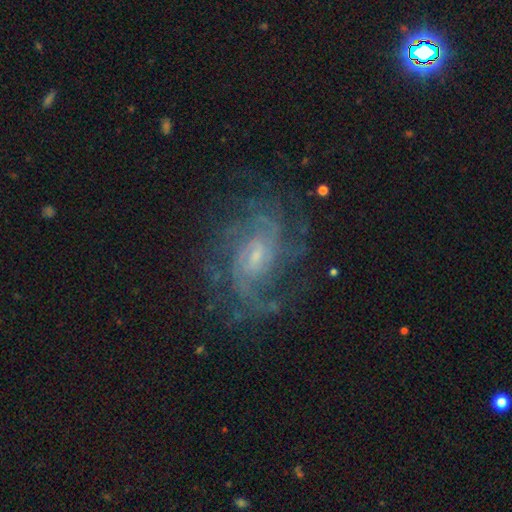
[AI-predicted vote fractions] This is clearly a featured or disk galaxy (86%). It is clearly not viewed edge-on (97%). Bar: possibly weak (49%). Spiral arm pattern: clearly yes (96%). Spiral arm count: marginally can't tell (31%). Spiral winding: marginally tight (45%). Central bulge: likely small (65%). Merging: likely none (73%).